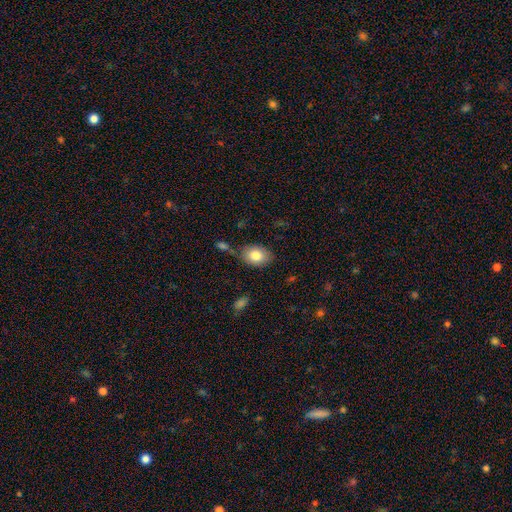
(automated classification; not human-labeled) This appears to be a smooth galaxy with no disk features (81%) that is in between round and cigar-shaped (81%). Merging: none (77%).